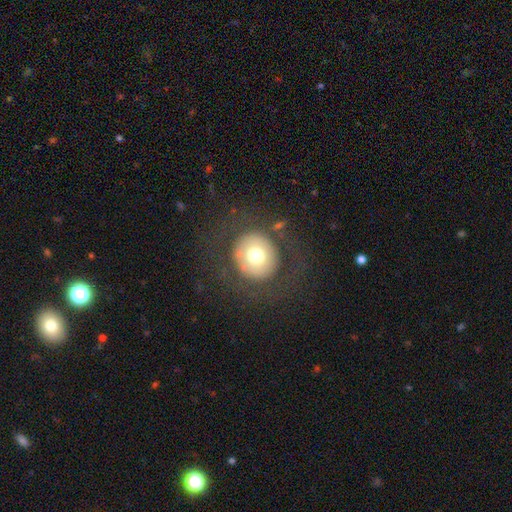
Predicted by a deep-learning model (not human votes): smooth_or_featured: smooth (p=0.64) [alt: featured or disk p=0.26]
how_rounded: round (p=0.89) [alt: in between p=0.10]
merging: none (p=0.75) [alt: major disturbance p=0.12]